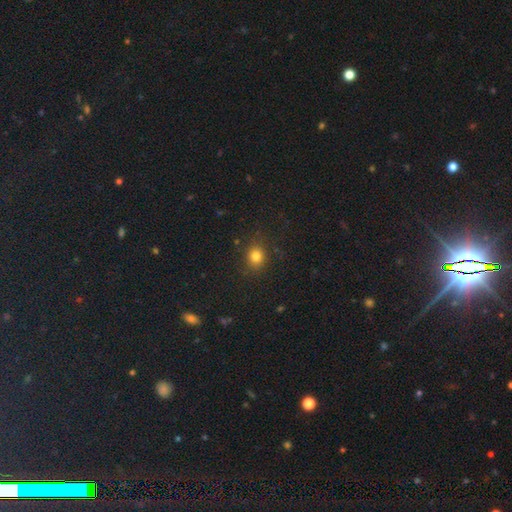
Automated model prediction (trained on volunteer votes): This appears to be a smooth galaxy with no disk features (79%) that is round (67%). Merging: none (85%).